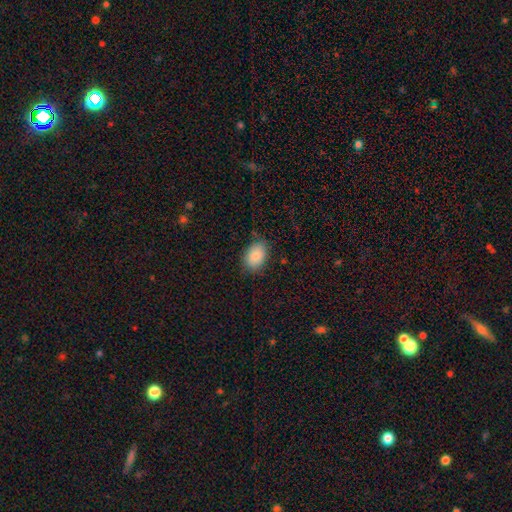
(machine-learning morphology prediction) This appears to be a smooth galaxy with no disk features (86%) that is in between round and cigar-shaped (83%). Merging: none (79%).